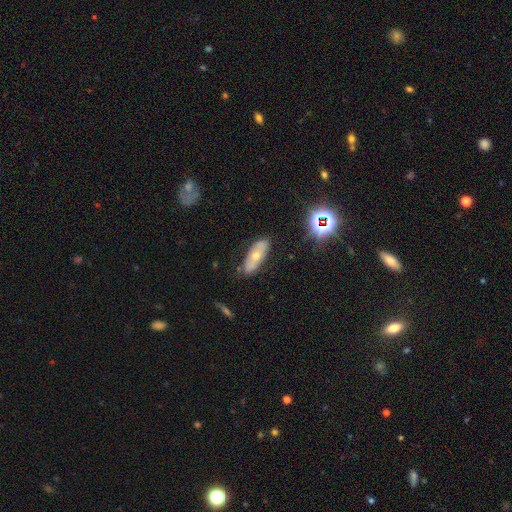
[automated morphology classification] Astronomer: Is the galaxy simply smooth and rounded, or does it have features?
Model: featured or disk — 44% (runner-up: smooth, 43%).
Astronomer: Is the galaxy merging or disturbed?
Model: none — 79%.